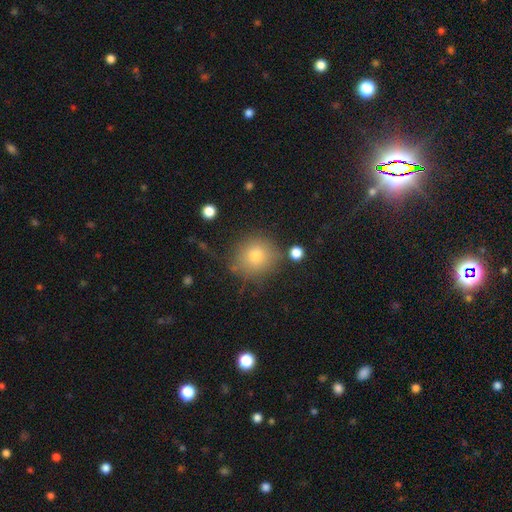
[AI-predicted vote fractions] Q: Smooth or featured?
A: smooth (75%); runner-up: star or artifact (14%)
Q: How rounded?
A: round (90%); runner-up: in between (9%)
Q: Merging?
A: none (79%); runner-up: minor disturbance (12%)